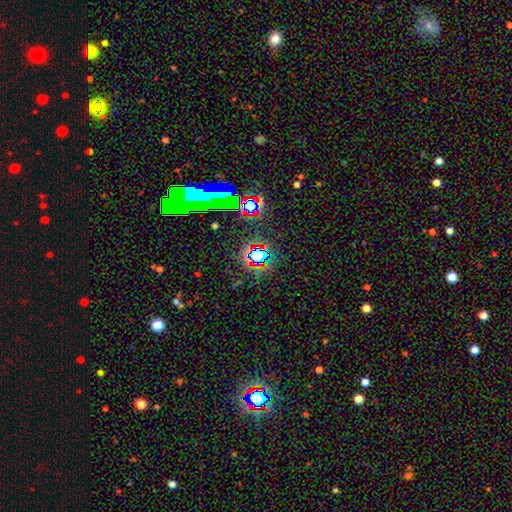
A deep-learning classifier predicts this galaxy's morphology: Smooth or featured?
  - star or artifact: 68% *
  - smooth: 20%
  - featured or disk: 11%